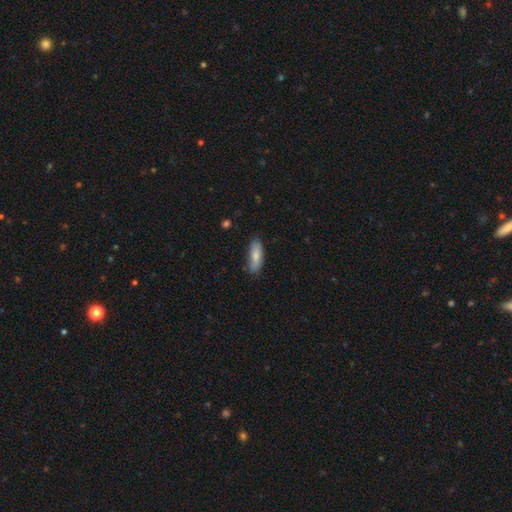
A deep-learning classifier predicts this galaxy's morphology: type=smooth (80%); roundness=in between (68%); merging=none (72%).